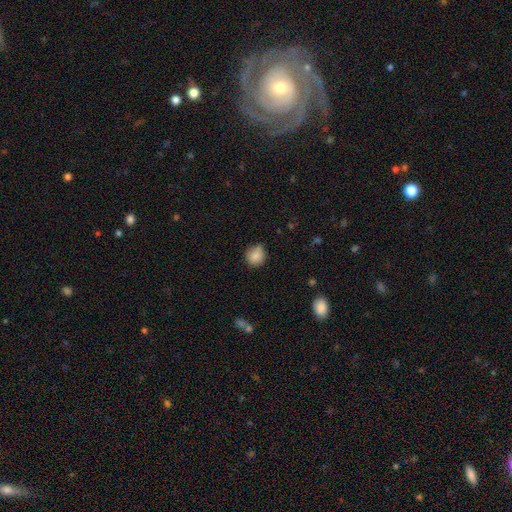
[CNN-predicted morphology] Overall: smooth (84%). How rounded: round (77%). Merging: none (67%).